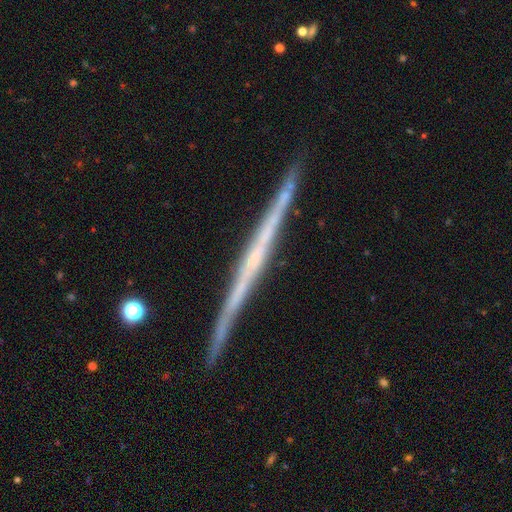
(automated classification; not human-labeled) Overall: featured or disk (78%). Edge-on disk: yes (98%). Edge-on bulge: none (74%). Merging: none (90%).